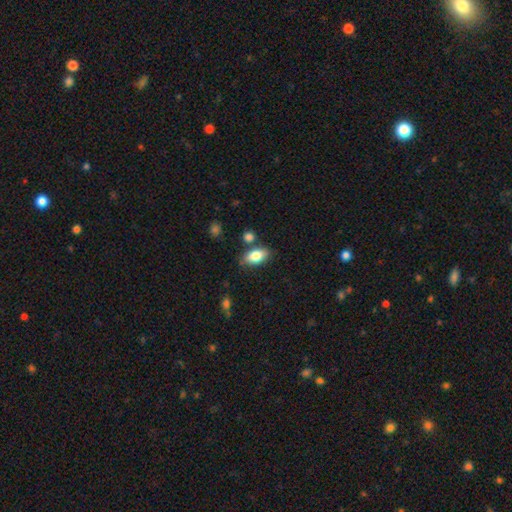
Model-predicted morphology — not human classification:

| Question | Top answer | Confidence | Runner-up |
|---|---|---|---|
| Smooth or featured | smooth | 81% | featured or disk (11%) |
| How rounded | in between | 90% | round (6%) |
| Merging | none | 74% | minor disturbance (15%) |